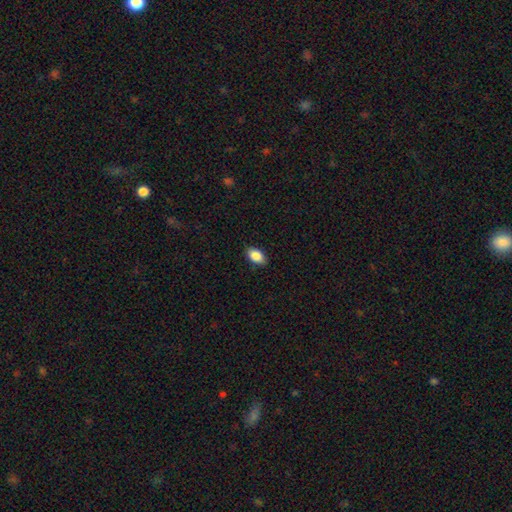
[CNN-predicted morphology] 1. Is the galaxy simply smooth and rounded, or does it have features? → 88% smooth, 7% star or artifact, 5% featured or disk.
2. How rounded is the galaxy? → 90% in between, 8% round, 2% cigar-shaped.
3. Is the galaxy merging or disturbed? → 86% none, 11% minor disturbance, 2% major disturbance, 1% merger.